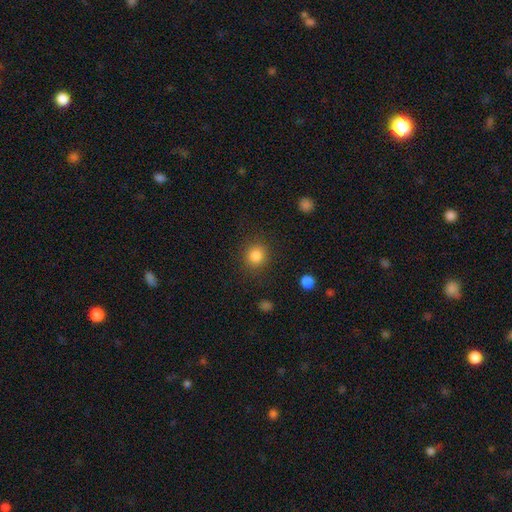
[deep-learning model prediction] A smooth galaxy with no disk features (85%) that is round (85%).

Vote fractions:
- Smooth or featured? smooth: 85% / star or artifact: 11% / featured or disk: 5%
- How rounded? round: 85% / in between: 14% / cigar-shaped: 1%
- Merging? none: 87% / minor disturbance: 8% / major disturbance: 3% / merger: 1%